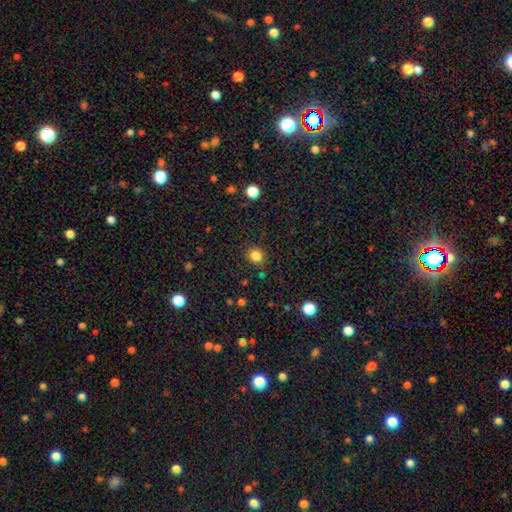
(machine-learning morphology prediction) smooth_or_featured: smooth (p=0.83) [alt: star or artifact p=0.12]
how_rounded: round (p=0.80) [alt: in between p=0.19]
merging: none (p=0.86) [alt: minor disturbance p=0.09]